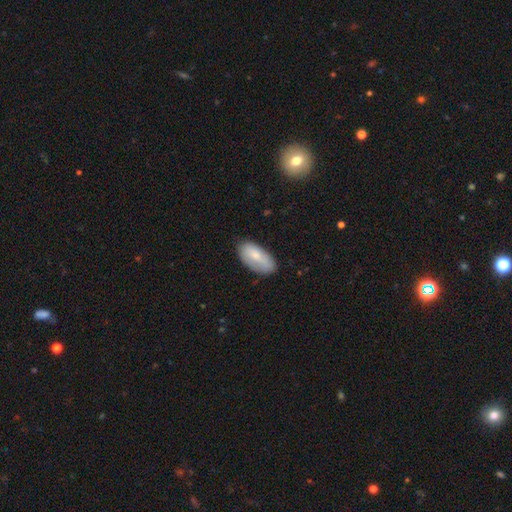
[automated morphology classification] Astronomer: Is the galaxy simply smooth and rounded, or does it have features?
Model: smooth — 74%.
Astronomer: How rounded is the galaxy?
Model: in between — 92%.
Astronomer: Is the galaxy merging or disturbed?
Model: none — 72%.